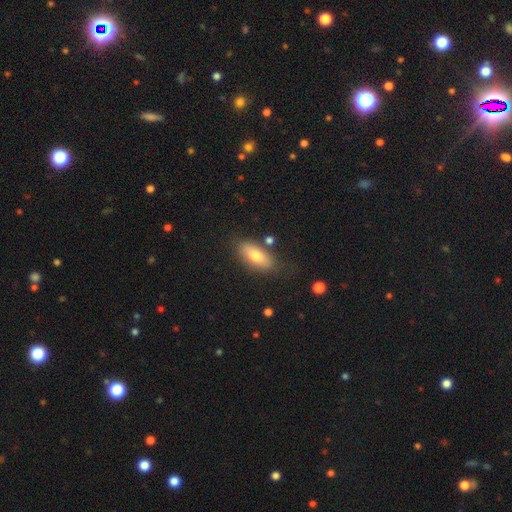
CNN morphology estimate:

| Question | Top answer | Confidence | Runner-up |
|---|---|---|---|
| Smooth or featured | smooth | 74% | featured or disk (19%) |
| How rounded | in between | 84% | cigar-shaped (13%) |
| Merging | none | 76% | minor disturbance (15%) |